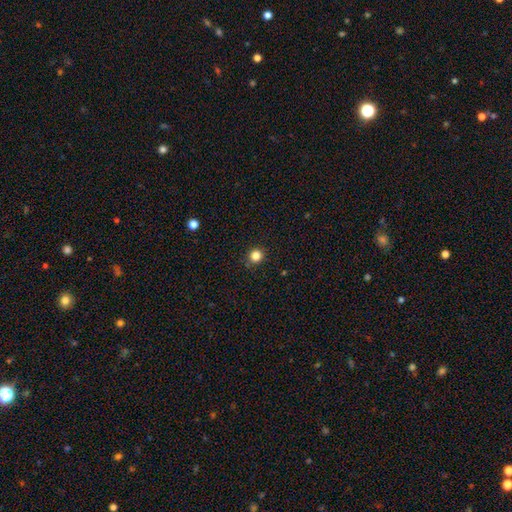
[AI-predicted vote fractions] The model was most divided on "smooth or featured": smooth: 83%, star or artifact: 13%, featured or disk: 4%. More confident: how rounded — round (92%); merging — none (89%).